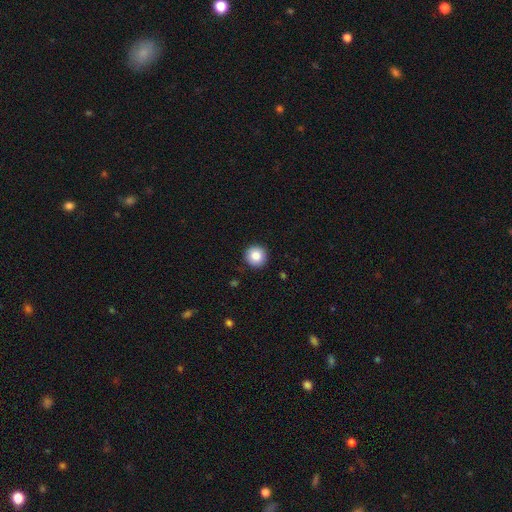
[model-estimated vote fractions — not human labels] The model was most divided on "smooth or featured": smooth: 87%, star or artifact: 9%, featured or disk: 5%. More confident: how rounded — round (95%); merging — none (91%).